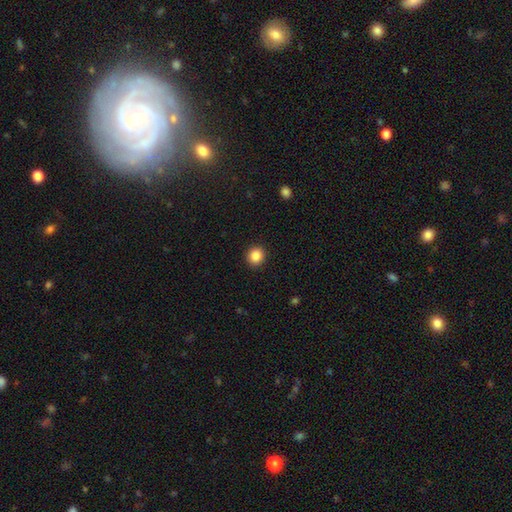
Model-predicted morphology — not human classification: Overall: smooth (87%). How rounded: round (88%). Merging: none (92%).